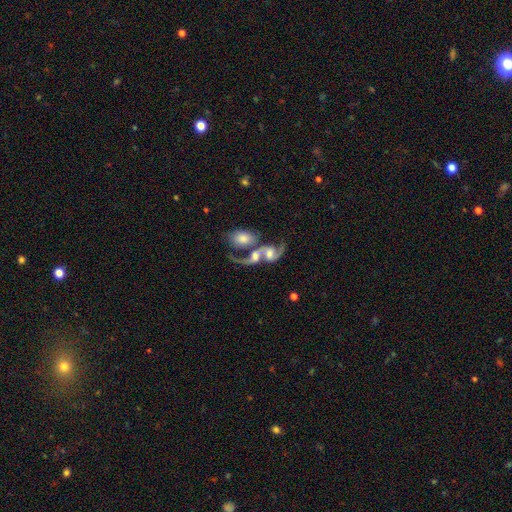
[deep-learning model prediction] Morphology: type=featured or disk (71%); edge-on=no (96%); bar=no (57%); spiral arms=yes (85%); winding=loose (67%); arm count=2 (74%); bulge=moderate (49%); merging=merger (70%).